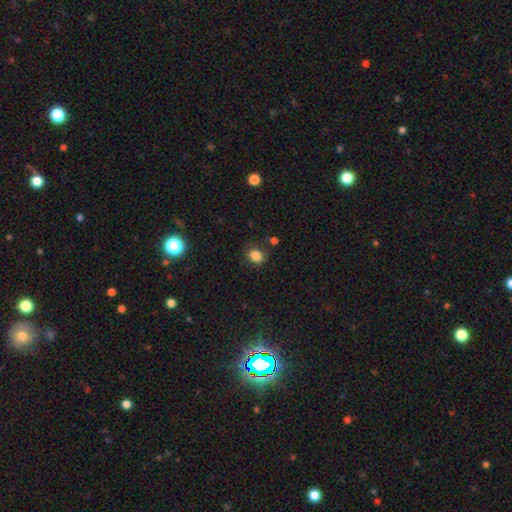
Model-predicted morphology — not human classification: This appears to be a smooth galaxy with no disk features (84%) that is in between round and cigar-shaped (55%). Merging: none (81%).